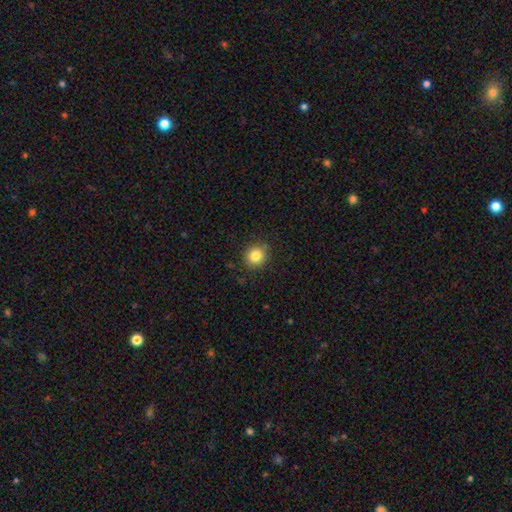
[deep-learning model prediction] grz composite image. It shows a smooth galaxy with no disk features (83%) that is round (89%). Merging: none (88%).